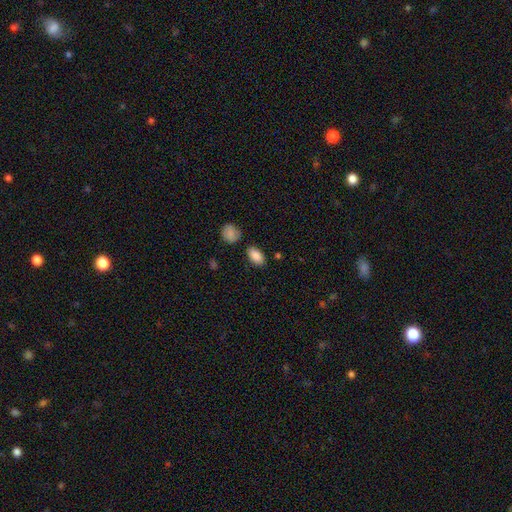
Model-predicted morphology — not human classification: The model was most divided on "merging": none: 82%, minor disturbance: 12%, merger: 4%, major disturbance: 3%. More confident: how rounded — in between (92%); smooth or featured — smooth (87%).